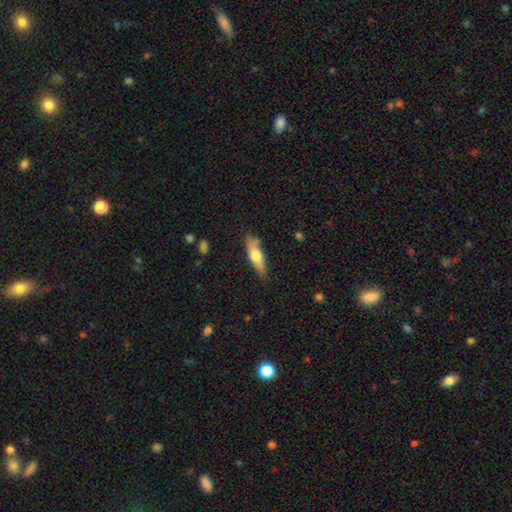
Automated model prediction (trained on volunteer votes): A smooth galaxy with no disk features (55%) that is cigar-shaped (63%). Merging: none (77%).